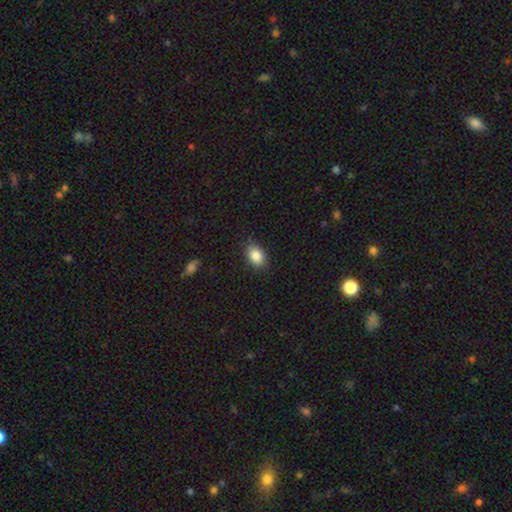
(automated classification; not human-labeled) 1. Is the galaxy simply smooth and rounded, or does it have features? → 86% smooth, 8% star or artifact, 6% featured or disk.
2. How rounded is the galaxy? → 83% in between, 16% round, 1% cigar-shaped.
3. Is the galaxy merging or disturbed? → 86% none, 11% minor disturbance, 2% major disturbance, 1% merger.